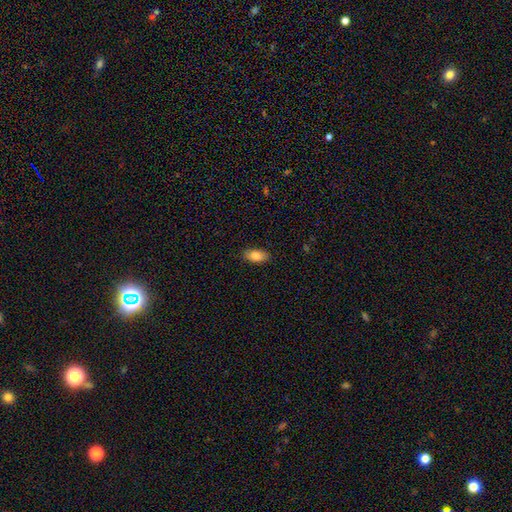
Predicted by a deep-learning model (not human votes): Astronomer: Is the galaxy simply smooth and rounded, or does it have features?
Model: smooth — 87%.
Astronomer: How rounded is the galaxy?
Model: in between — 90%.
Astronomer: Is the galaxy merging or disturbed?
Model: none — 86%.